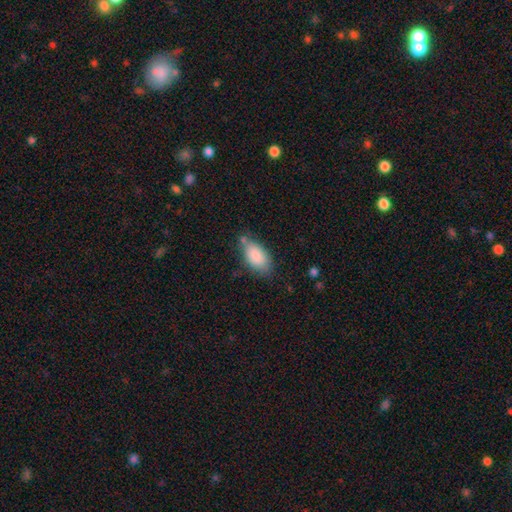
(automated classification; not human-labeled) Q: Smooth or featured?
A: smooth (86%); runner-up: featured or disk (7%)
Q: How rounded?
A: in between (92%); runner-up: cigar-shaped (4%)
Q: Merging?
A: none (60%); runner-up: minor disturbance (25%)